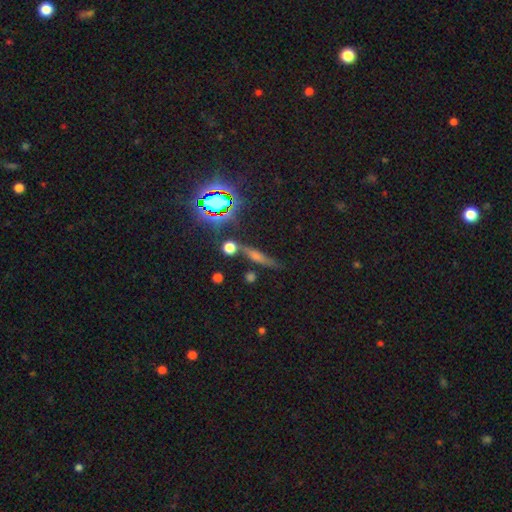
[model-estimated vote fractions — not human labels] Q: Smooth or featured?
A: featured or disk (38%); runner-up: smooth (34%)
Q: Merging?
A: none (77%); runner-up: minor disturbance (12%)